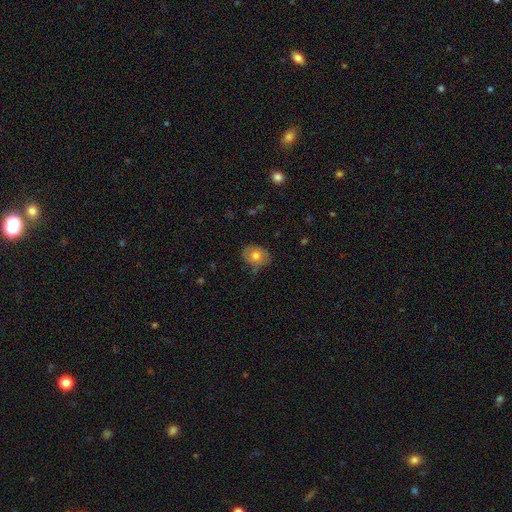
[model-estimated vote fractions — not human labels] A smooth galaxy with no disk features (75%) that is round (56%).

Vote fractions:
- Smooth or featured? smooth: 75% / featured or disk: 15% / star or artifact: 9%
- How rounded? round: 56% / in between: 43% / cigar-shaped: 1%
- Merging? none: 69% / minor disturbance: 25% / major disturbance: 5% / merger: 2%